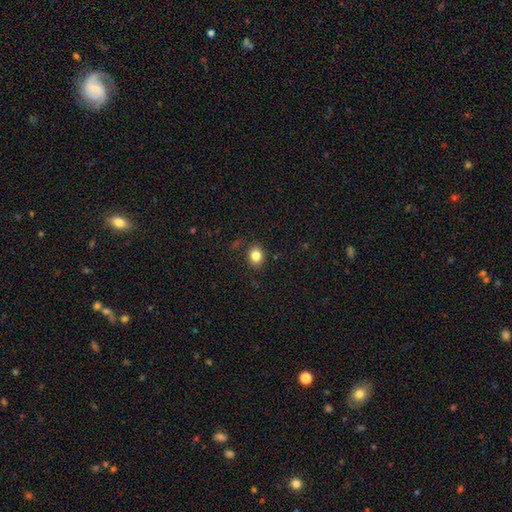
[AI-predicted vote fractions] smooth 83%, star or artifact 11%, featured or disk 6%. Down the decision tree: how rounded — round (54%); merging — none (86%).